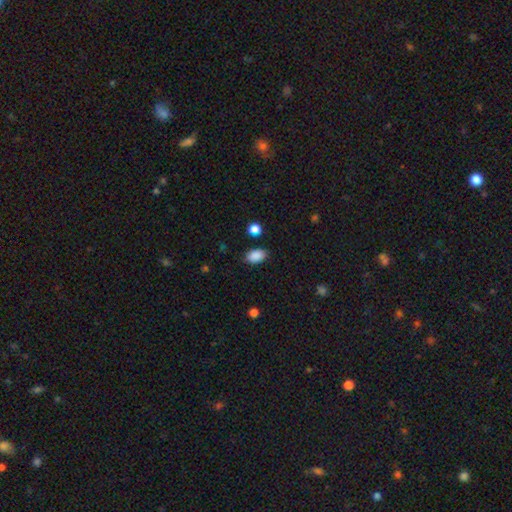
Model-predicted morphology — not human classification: smooth_or_featured: smooth (p=0.89) [alt: star or artifact p=0.08]
how_rounded: in between (p=0.90) [alt: round p=0.09]
merging: none (p=0.83) [alt: minor disturbance p=0.12]